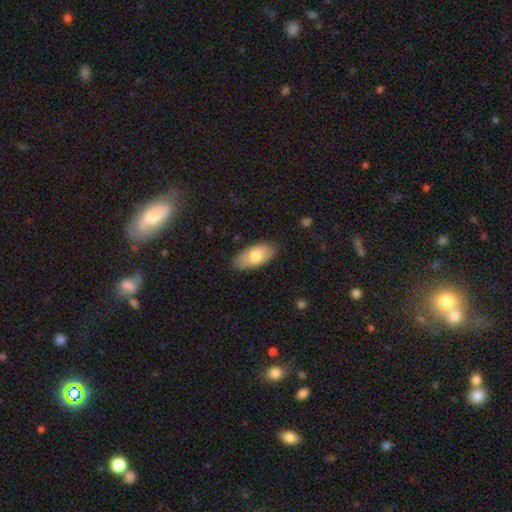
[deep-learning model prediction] smooth_or_featured: smooth (p=0.75) [alt: featured or disk p=0.19]
how_rounded: in between (p=0.91) [alt: cigar-shaped p=0.06]
merging: none (p=0.83) [alt: minor disturbance p=0.13]